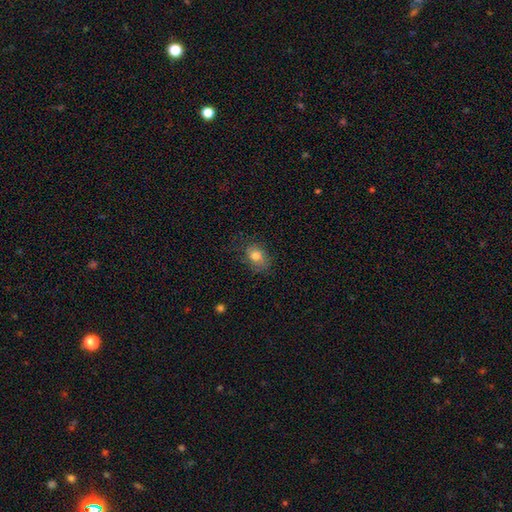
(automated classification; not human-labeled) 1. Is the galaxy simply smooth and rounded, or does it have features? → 79% smooth, 11% featured or disk, 10% star or artifact.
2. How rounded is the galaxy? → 64% in between, 35% round, 1% cigar-shaped.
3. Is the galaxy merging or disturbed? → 66% none, 24% minor disturbance, 9% major disturbance, 2% merger.